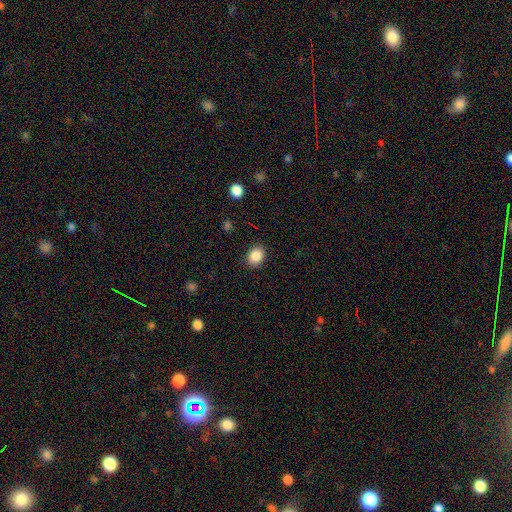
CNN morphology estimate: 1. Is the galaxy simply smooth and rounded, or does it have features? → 87% smooth, 9% star or artifact, 4% featured or disk.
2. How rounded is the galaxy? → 58% in between, 41% round, 1% cigar-shaped.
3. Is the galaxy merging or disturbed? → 87% none, 9% minor disturbance, 3% major disturbance, 1% merger.